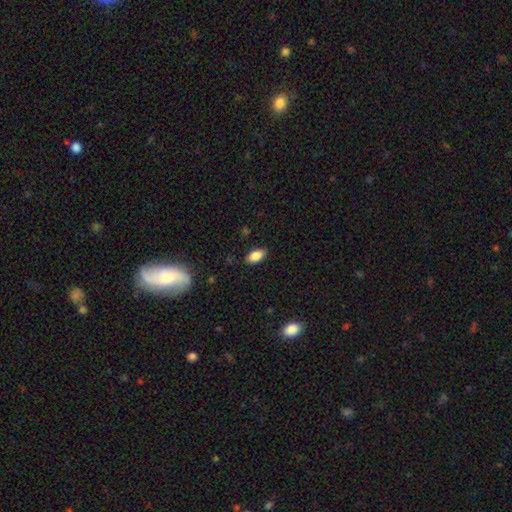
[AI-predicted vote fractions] A smooth galaxy with no disk features (85%) that is in between round and cigar-shaped (92%).

Vote fractions:
- Smooth or featured? smooth: 85% / star or artifact: 8% / featured or disk: 6%
- How rounded? in between: 92% / round: 4% / cigar-shaped: 4%
- Merging? none: 86% / minor disturbance: 11% / major disturbance: 2% / merger: 1%